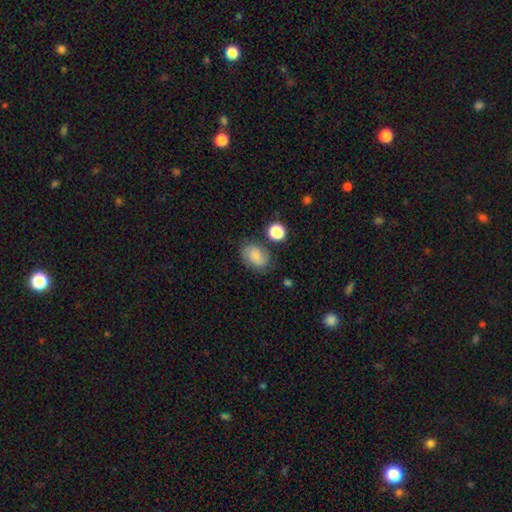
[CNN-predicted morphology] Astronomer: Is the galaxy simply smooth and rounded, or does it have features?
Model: smooth — 64%.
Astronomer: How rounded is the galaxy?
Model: in between — 72%.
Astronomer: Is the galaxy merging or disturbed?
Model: none — 72%.